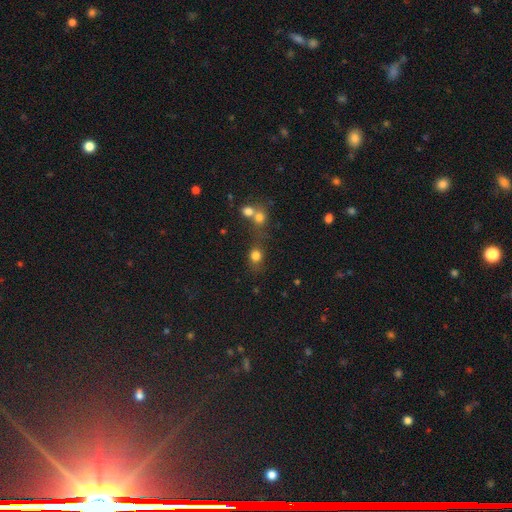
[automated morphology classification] A smooth galaxy with no disk features (77%) that is round (73%).

Vote fractions:
- Smooth or featured? smooth: 77% / star or artifact: 15% / featured or disk: 8%
- How rounded? round: 73% / in between: 26% / cigar-shaped: 2%
- Merging? none: 57% / merger: 23% / minor disturbance: 12% / major disturbance: 8%